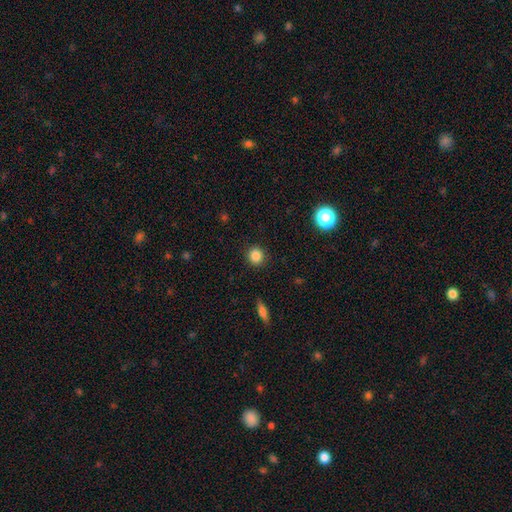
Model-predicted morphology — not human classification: Smooth or featured: smooth — 85% (star or artifact — 11%)
How rounded: round — 91% (in between — 8%)
Merging: none — 91% (minor disturbance — 6%)